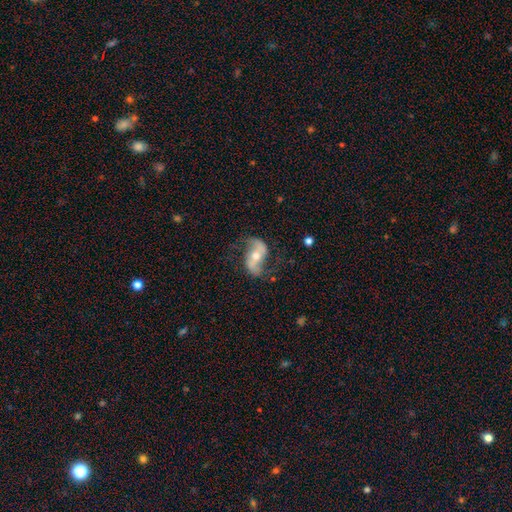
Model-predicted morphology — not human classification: This is clearly a featured or disk galaxy (82%). It is clearly not viewed edge-on (95%). Bar: marginally no (35%). Spiral arm pattern: clearly yes (92%). Spiral arm count: clearly 2 (92%). Spiral winding: likely loose (67%). Central bulge: possibly moderate (60%). Merging: likely none (72%).